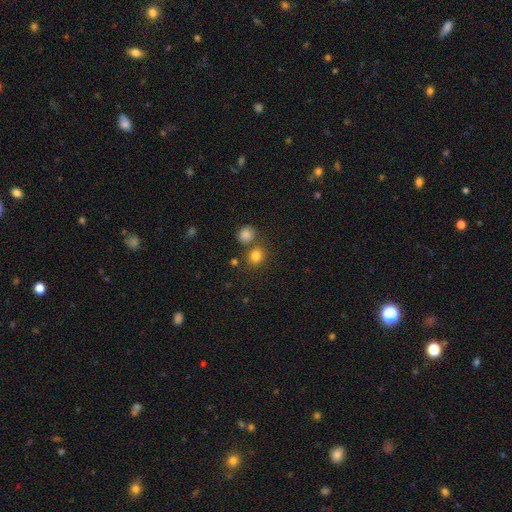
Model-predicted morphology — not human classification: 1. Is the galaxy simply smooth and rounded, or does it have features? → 82% smooth, 13% star or artifact, 6% featured or disk.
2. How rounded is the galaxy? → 79% round, 20% in between, 1% cigar-shaped.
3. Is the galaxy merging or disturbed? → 70% none, 18% merger, 9% minor disturbance, 3% major disturbance.